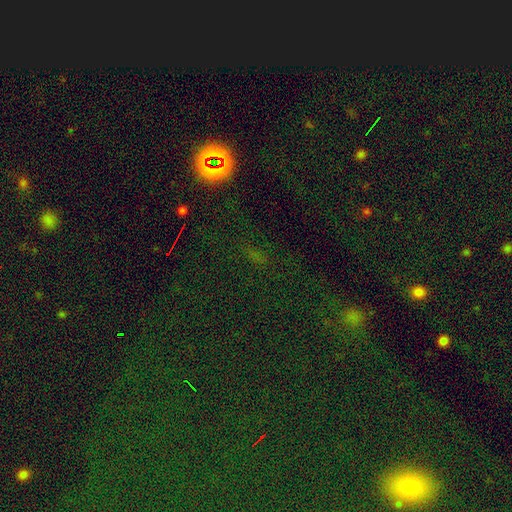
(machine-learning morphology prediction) smooth_or_featured: star or artifact (p=0.74) [alt: smooth p=0.18]